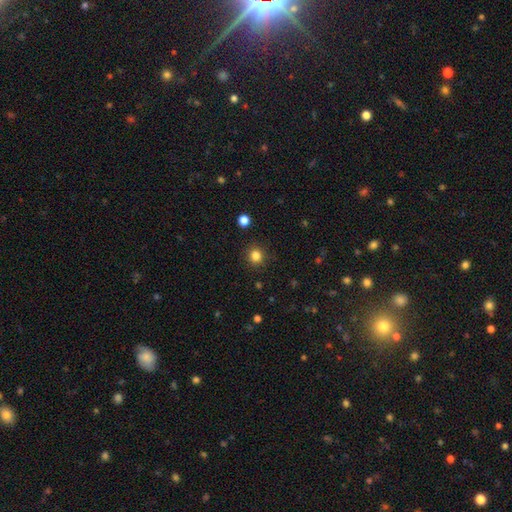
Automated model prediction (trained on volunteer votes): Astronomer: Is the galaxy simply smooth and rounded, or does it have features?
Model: smooth — 83%.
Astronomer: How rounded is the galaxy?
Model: round — 91%.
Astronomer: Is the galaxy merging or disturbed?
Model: none — 90%.